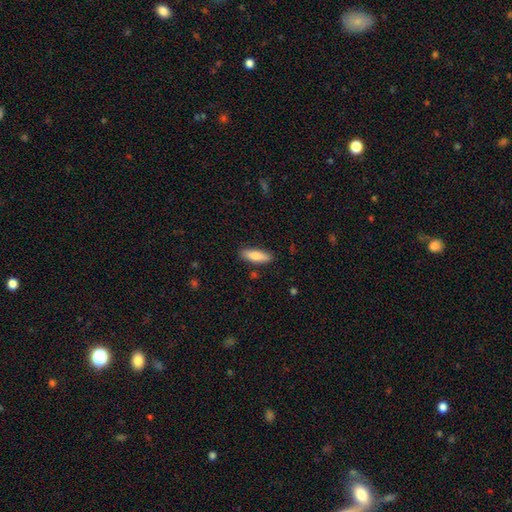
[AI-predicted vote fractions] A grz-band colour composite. It shows a smooth galaxy with no disk features (77%) that is in between round and cigar-shaped (50%). Merging: none (86%).